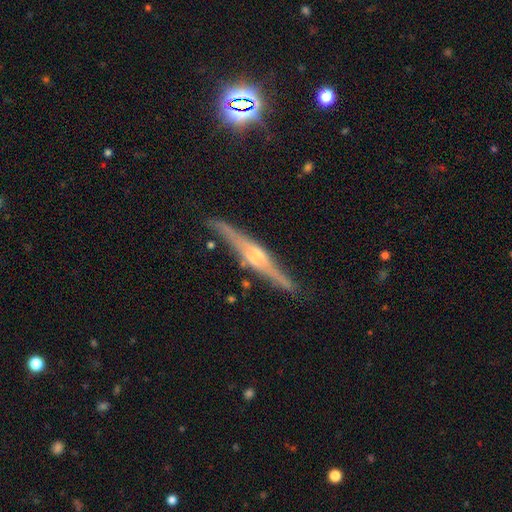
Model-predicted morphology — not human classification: Smooth or featured?
  - featured or disk: 81% *
  - smooth: 13%
  - star or artifact: 7%
Edge-on disk?
  - yes: 96% *
  - no: 4%
Edge-on bulge?
  - rounded: 70% *
  - boxy: 19%
  - none: 11%
Merging?
  - none: 84% *
  - minor disturbance: 11%
  - major disturbance: 2%
  - merger: 2%